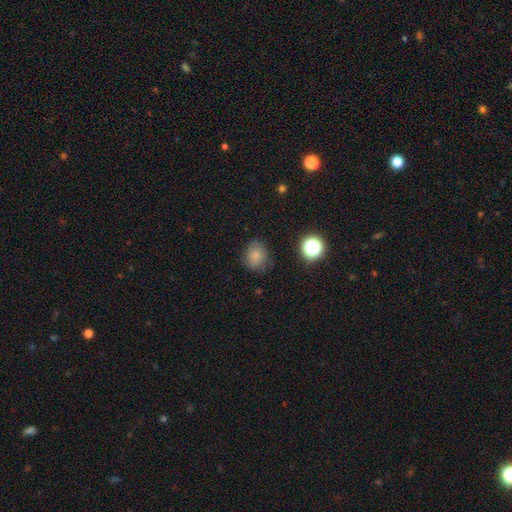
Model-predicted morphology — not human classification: Smooth or featured?
  - smooth: 79% *
  - star or artifact: 13%
  - featured or disk: 7%
How rounded?
  - round: 69% *
  - in between: 30%
  - cigar-shaped: 1%
Merging?
  - none: 77% *
  - minor disturbance: 17%
  - major disturbance: 5%
  - merger: 2%